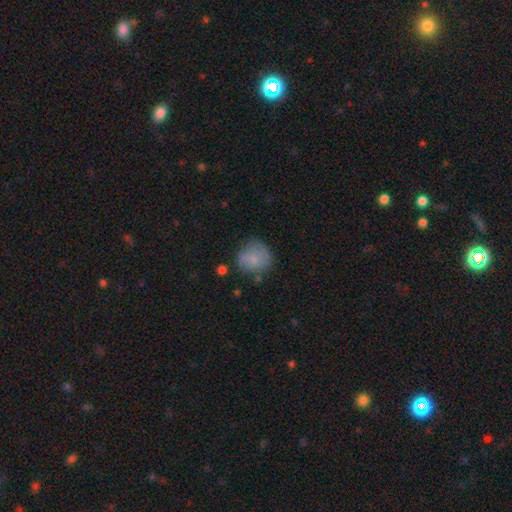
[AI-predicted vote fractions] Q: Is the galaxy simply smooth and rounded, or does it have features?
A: smooth — 66%.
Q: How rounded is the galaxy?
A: round — 79%.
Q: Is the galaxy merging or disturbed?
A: none — 67%.